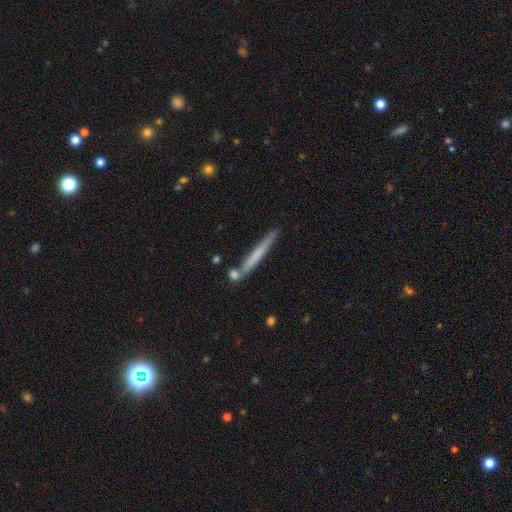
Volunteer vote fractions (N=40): A smooth galaxy with no disk features (52%) that is cigar-shaped (95%).

Vote fractions:
- Smooth or featured? smooth: 52% / featured or disk: 42% / star or artifact: 5%
- How rounded? cigar-shaped: 95% / round: 5% / in between: 0%
- Merging? none: 82% / minor disturbance: 8% / merger: 8% / major disturbance: 3%